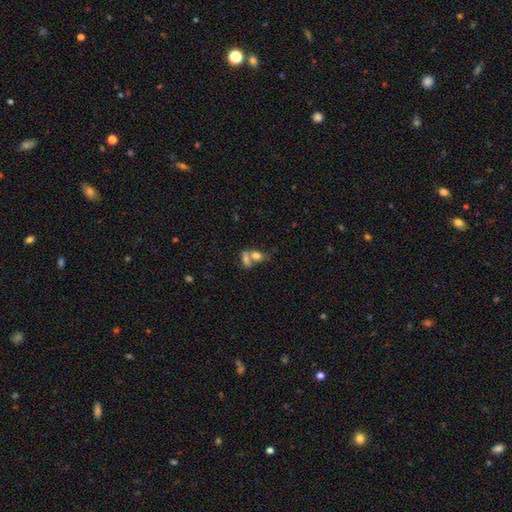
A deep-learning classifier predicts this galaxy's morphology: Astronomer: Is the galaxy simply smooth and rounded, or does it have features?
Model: smooth — 72%.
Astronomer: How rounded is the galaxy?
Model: in between — 76%.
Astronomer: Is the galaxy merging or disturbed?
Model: merger — 63%.